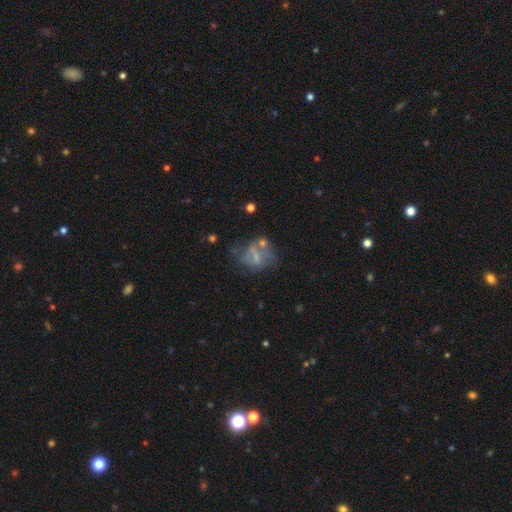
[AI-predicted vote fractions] This appears to be a featured or disk galaxy (47%). Merging: none (35%).